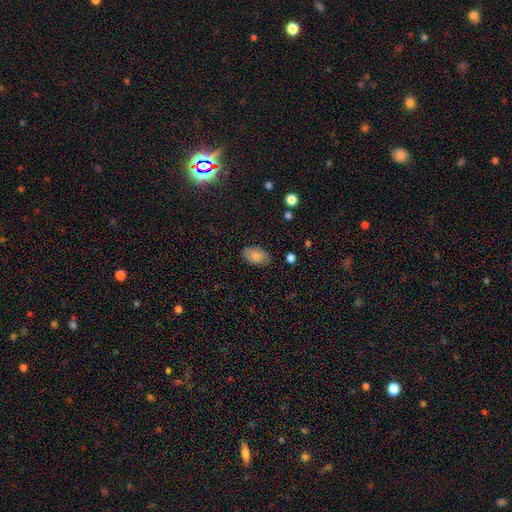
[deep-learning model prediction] Smooth or featured?
  - smooth: 86% *
  - star or artifact: 8%
  - featured or disk: 6%
How rounded?
  - in between: 92% *
  - round: 7%
  - cigar-shaped: 1%
Merging?
  - none: 84% *
  - minor disturbance: 12%
  - major disturbance: 3%
  - merger: 1%